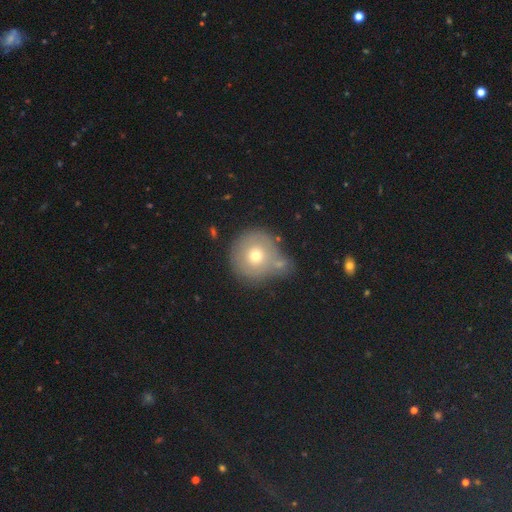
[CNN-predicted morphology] Smooth or featured? Predicted: smooth (p=0.64). How rounded? Predicted: round (p=0.94). Merging? Predicted: none (p=0.57).